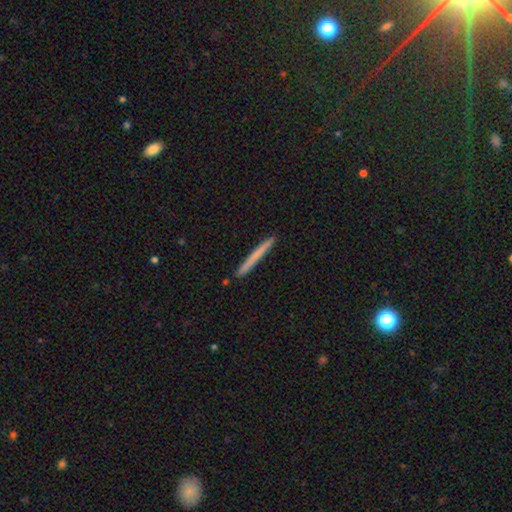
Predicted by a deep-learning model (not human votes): Morphology: type=smooth (64%); roundness=cigar-shaped (97%); merging=none (92%).